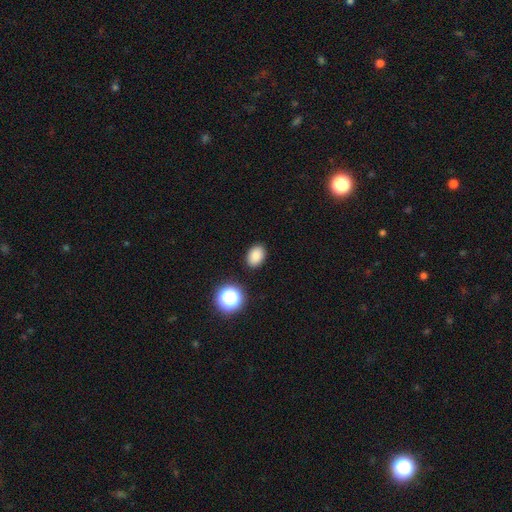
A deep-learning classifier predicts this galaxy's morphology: smooth 84%, star or artifact 11%, featured or disk 5%. Down the decision tree: how rounded — in between (79%); merging — none (88%).